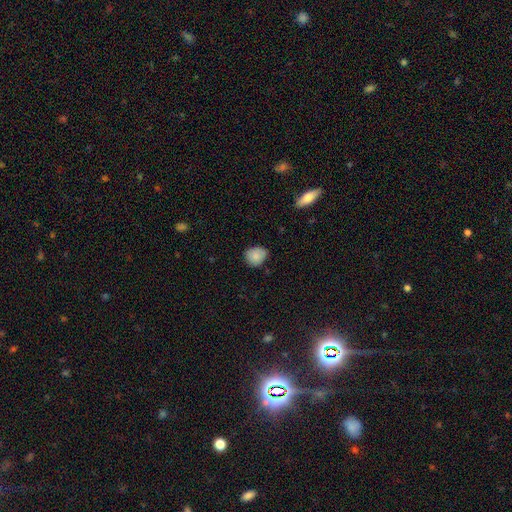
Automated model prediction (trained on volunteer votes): A smooth galaxy with no disk features (85%) that is round (65%).

Vote fractions:
- Smooth or featured? smooth: 85% / star or artifact: 8% / featured or disk: 7%
- How rounded? round: 65% / in between: 34% / cigar-shaped: 1%
- Merging? none: 73% / minor disturbance: 23% / major disturbance: 3% / merger: 1%